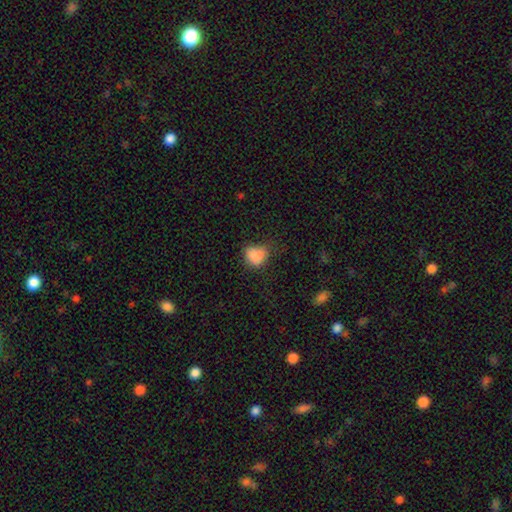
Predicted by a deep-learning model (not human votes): This appears to be a smooth galaxy with no disk features (83%) that is round (51%). Merging: none (53%).